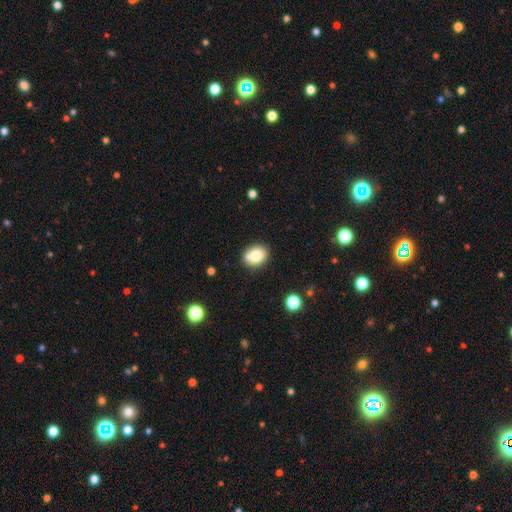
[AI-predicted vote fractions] This is likely a smooth galaxy (80%). How rounded: possibly in between (54%). Merging: likely none (69%).